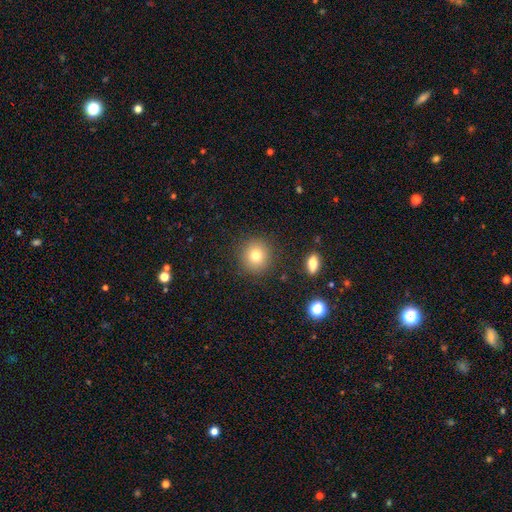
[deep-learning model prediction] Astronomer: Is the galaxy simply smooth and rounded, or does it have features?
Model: smooth — 78%.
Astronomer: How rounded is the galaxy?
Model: round — 91%.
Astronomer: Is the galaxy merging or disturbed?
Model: none — 89%.